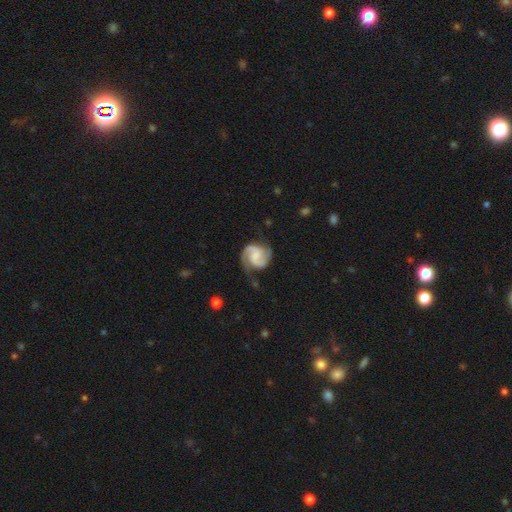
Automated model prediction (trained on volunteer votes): smooth_or_featured: featured or disk (p=0.86) [alt: smooth p=0.09]
disk_edge_on: no (p=0.98) [alt: yes p=0.02]
bar: no (p=0.46) [alt: weak p=0.39]
has_spiral_arms: yes (p=0.97) [alt: no p=0.03]
spiral_winding: medium (p=0.51) [alt: tight p=0.30]
spiral_arm_count: 2 (p=0.91) [alt: can't tell p=0.03]
bulge_size: none (p=0.51) [alt: small p=0.21]
merging: none (p=0.70) [alt: minor disturbance p=0.19]